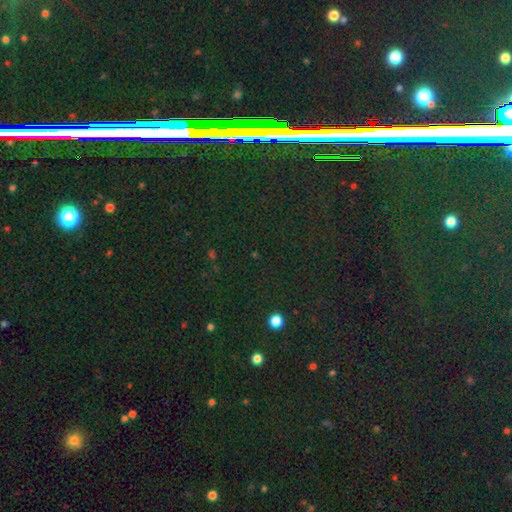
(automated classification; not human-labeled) Smooth or featured? star or artifact (82%)